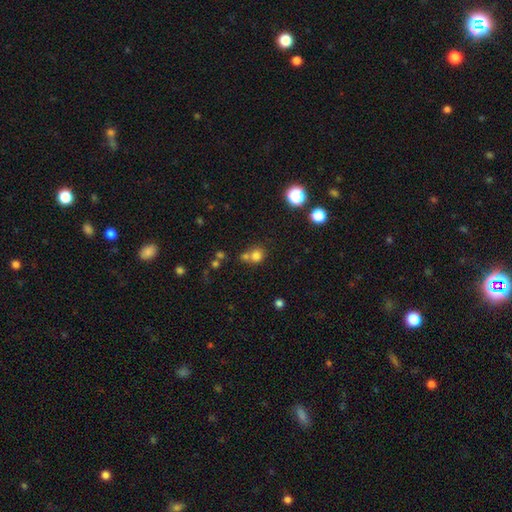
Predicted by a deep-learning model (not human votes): Morphology: type=smooth (75%); roundness=round (84%); merging=none (48%).